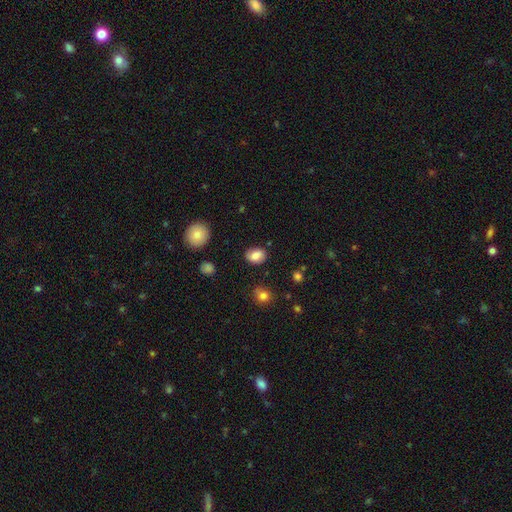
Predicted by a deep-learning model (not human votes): A smooth galaxy with no disk features (81%) that is in between round and cigar-shaped (63%).

Vote fractions:
- Smooth or featured? smooth: 81% / featured or disk: 10% / star or artifact: 9%
- How rounded? in between: 63% / round: 35% / cigar-shaped: 1%
- Merging? none: 84% / minor disturbance: 11% / major disturbance: 3% / merger: 2%